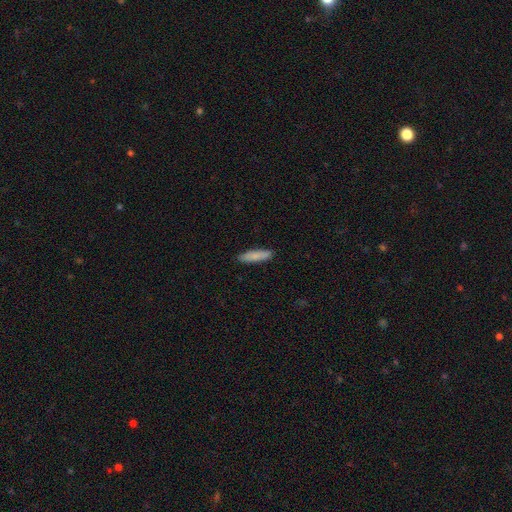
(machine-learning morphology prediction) Smooth or featured: smooth — 84% (featured or disk — 10%)
How rounded: cigar-shaped — 75% (in between — 24%)
Merging: none — 90% (minor disturbance — 8%)